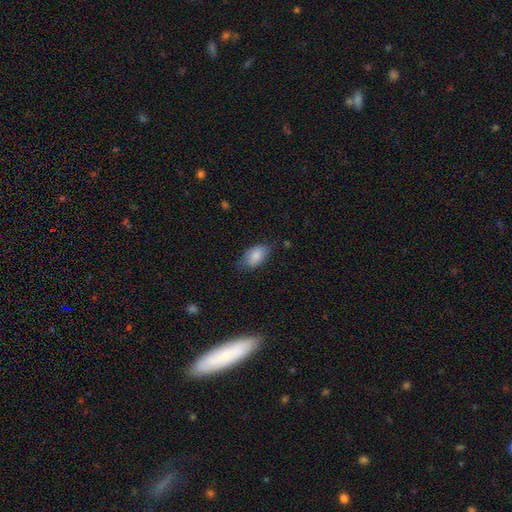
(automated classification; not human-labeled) A smooth galaxy with no disk features (82%) that is in between round and cigar-shaped (93%).

Vote fractions:
- Smooth or featured? smooth: 82% / featured or disk: 11% / star or artifact: 7%
- How rounded? in between: 93% / round: 5% / cigar-shaped: 2%
- Merging? none: 65% / minor disturbance: 27% / major disturbance: 7% / merger: 2%